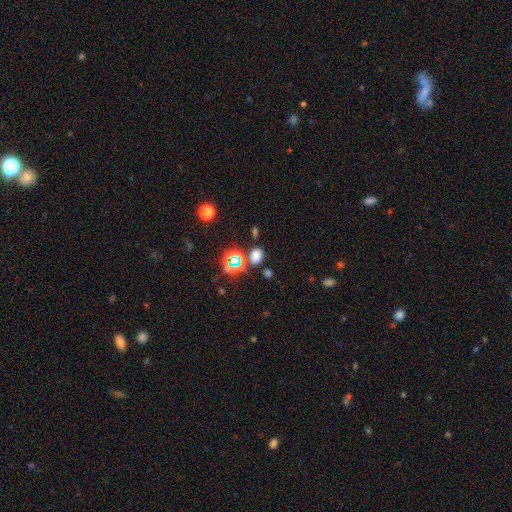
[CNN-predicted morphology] This is likely a smooth galaxy (65%). How rounded: likely in between (64%). Merging: likely none (77%).